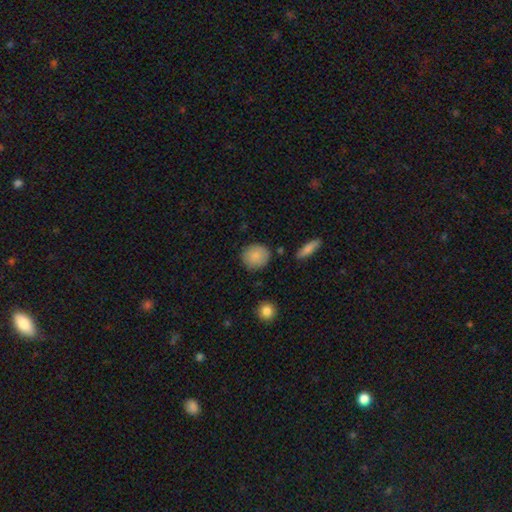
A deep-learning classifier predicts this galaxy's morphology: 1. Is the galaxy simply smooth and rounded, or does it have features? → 87% smooth, 7% star or artifact, 6% featured or disk.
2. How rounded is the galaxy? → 86% round, 13% in between, 1% cigar-shaped.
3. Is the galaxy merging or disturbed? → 84% none, 11% minor disturbance, 3% major disturbance, 2% merger.